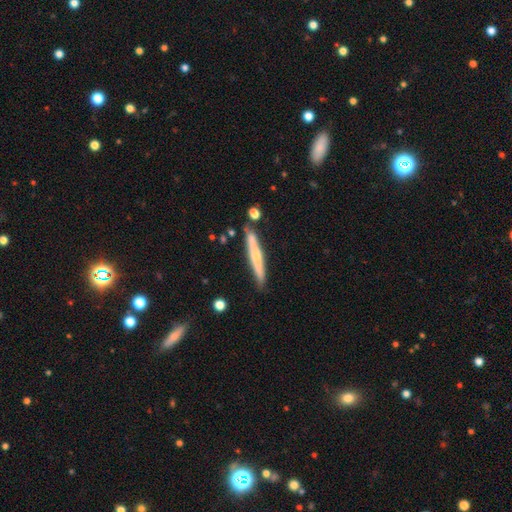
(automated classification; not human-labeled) The model was most divided on "smooth or featured": featured or disk: 49%, smooth: 45%, star or artifact: 6%. More confident: merging — none (80%).